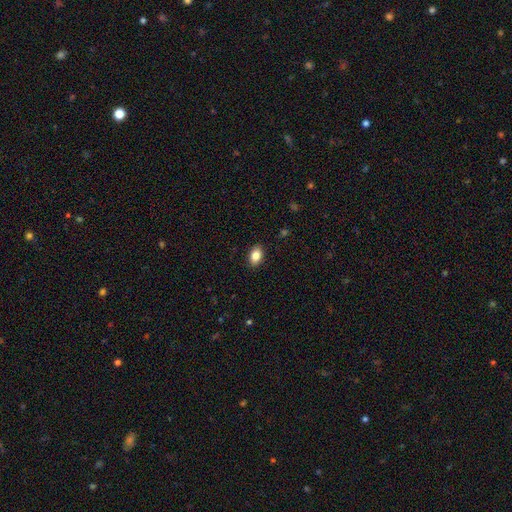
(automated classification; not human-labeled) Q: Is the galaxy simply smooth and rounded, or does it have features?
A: smooth — 86%.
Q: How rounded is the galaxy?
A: in between — 86%.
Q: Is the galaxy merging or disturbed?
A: none — 89%.